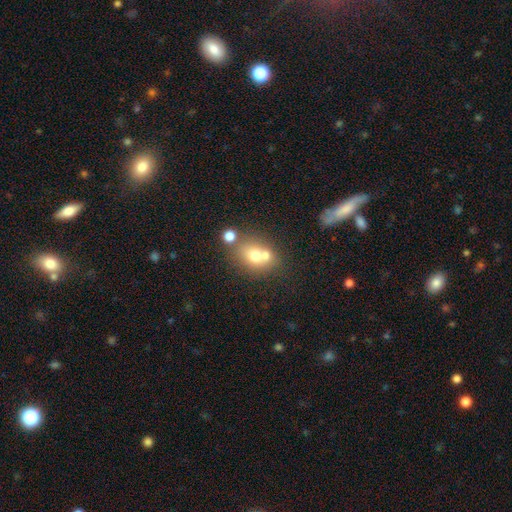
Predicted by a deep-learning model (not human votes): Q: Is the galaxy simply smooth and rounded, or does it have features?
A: smooth — 67%.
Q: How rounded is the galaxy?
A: round — 57%.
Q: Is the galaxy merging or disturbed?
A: merger — 46%.